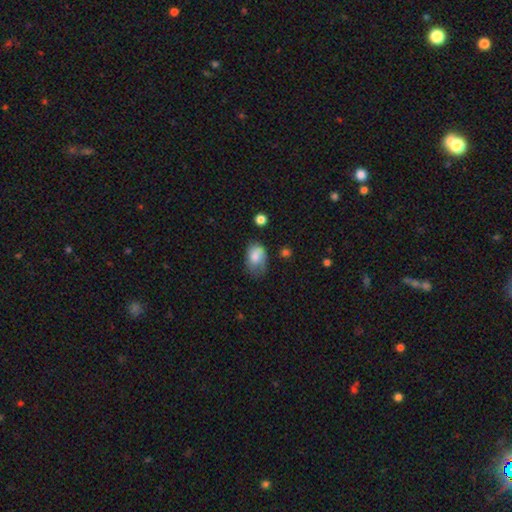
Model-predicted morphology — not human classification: This is likely a smooth galaxy (75%). How rounded: clearly in between (84%). Merging: marginally none (43%).